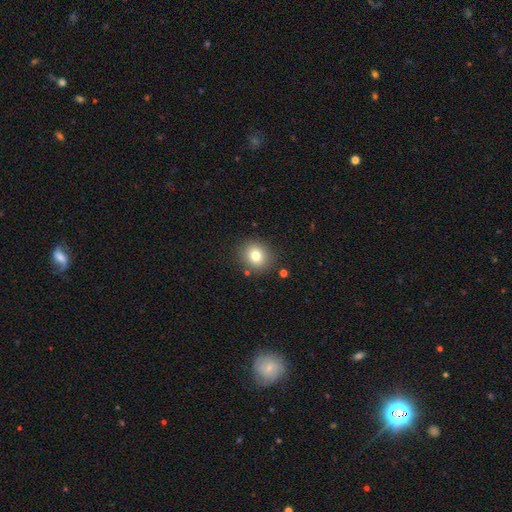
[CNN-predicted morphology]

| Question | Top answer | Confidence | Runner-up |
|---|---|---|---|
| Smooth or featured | smooth | 79% | star or artifact (12%) |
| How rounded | round | 83% | in between (16%) |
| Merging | none | 87% | minor disturbance (8%) |